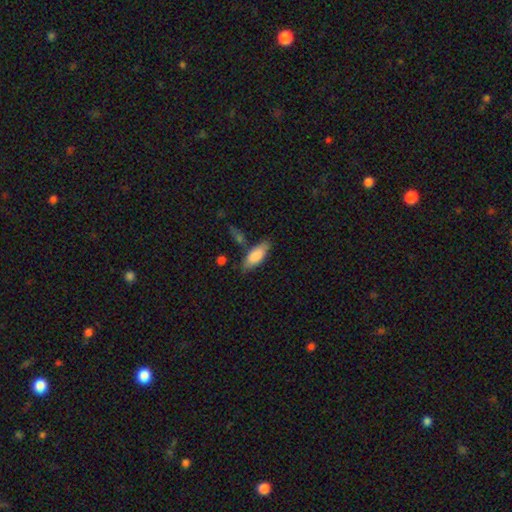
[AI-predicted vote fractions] A smooth galaxy with no disk features (84%) that is in between round and cigar-shaped (79%).

Vote fractions:
- Smooth or featured? smooth: 84% / featured or disk: 10% / star or artifact: 6%
- How rounded? in between: 79% / cigar-shaped: 19% / round: 2%
- Merging? none: 72% / minor disturbance: 17% / merger: 7% / major disturbance: 4%